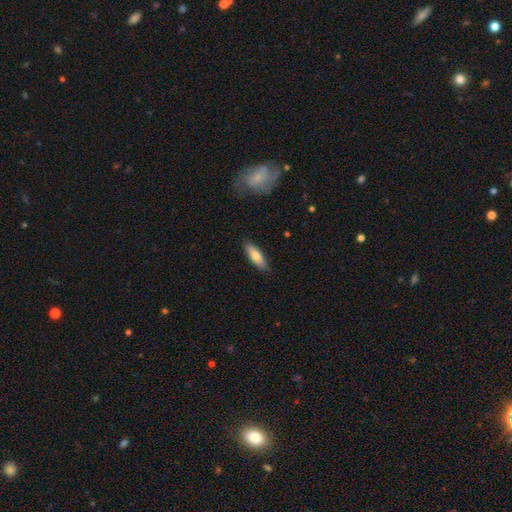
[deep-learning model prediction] Smooth or featured?
  - smooth: 74% *
  - featured or disk: 20%
  - star or artifact: 6%
How rounded?
  - in between: 51% *
  - cigar-shaped: 47%
  - round: 2%
Merging?
  - none: 87% *
  - minor disturbance: 10%
  - major disturbance: 2%
  - merger: 1%